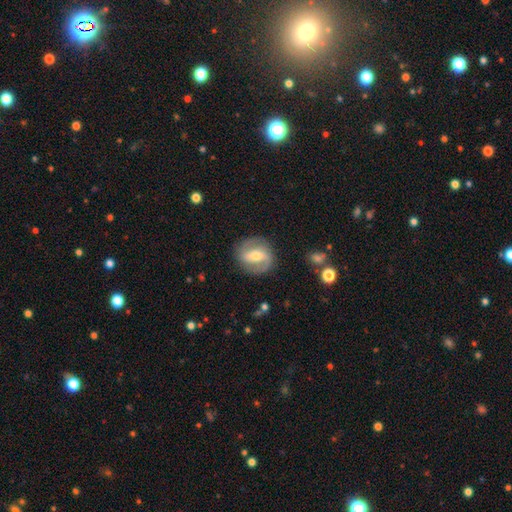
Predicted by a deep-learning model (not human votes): smooth_or_featured: featured or disk (p=0.73) [alt: smooth p=0.21]
disk_edge_on: no (p=0.96) [alt: yes p=0.04]
bar: strong (p=0.41) [alt: weak p=0.40]
has_spiral_arms: yes (p=0.85) [alt: no p=0.15]
spiral_winding: medium (p=0.46) [alt: tight p=0.28]
spiral_arm_count: 2 (p=0.87) [alt: can't tell p=0.07]
bulge_size: moderate (p=0.59) [alt: small p=0.33]
merging: none (p=0.83) [alt: minor disturbance p=0.11]